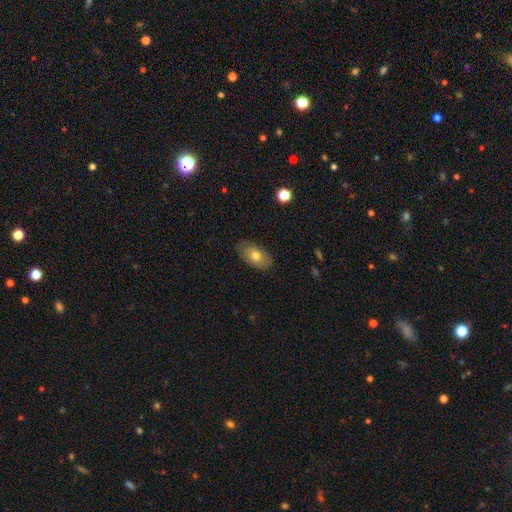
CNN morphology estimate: smooth_or_featured: smooth (p=0.69) [alt: featured or disk p=0.23]
how_rounded: in between (p=0.91) [alt: round p=0.06]
merging: none (p=0.79) [alt: minor disturbance p=0.17]